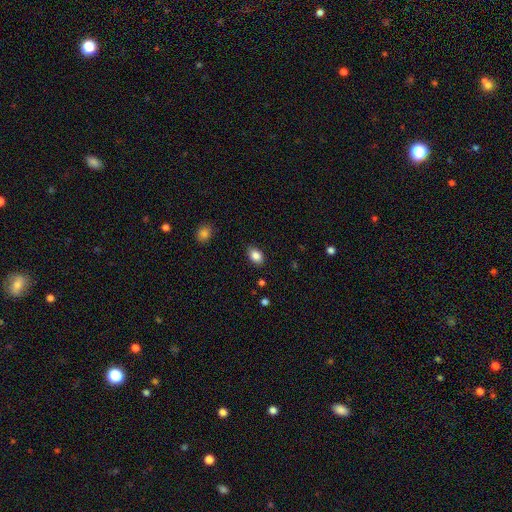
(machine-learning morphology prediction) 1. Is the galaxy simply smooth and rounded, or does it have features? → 86% smooth, 8% star or artifact, 6% featured or disk.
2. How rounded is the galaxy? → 84% in between, 15% round, 1% cigar-shaped.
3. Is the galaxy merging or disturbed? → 86% none, 10% minor disturbance, 2% major disturbance, 1% merger.